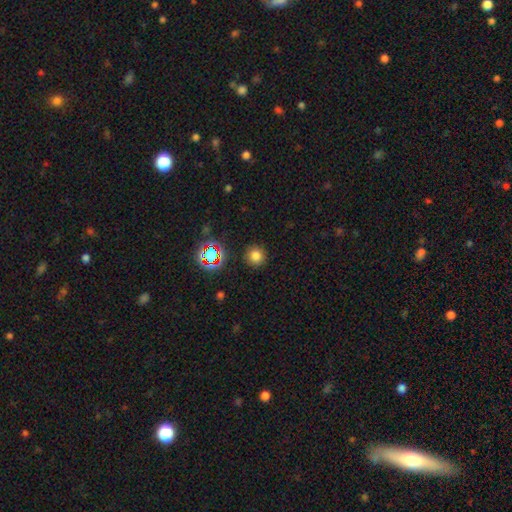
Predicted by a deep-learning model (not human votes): Morphology: type=smooth (74%); roundness=round (93%); merging=none (90%).